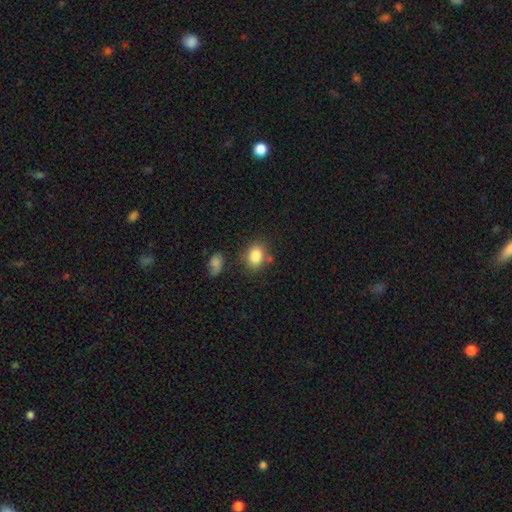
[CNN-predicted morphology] Overall: smooth (84%). How rounded: in between (62%; round 37%). Merging: none (72%).